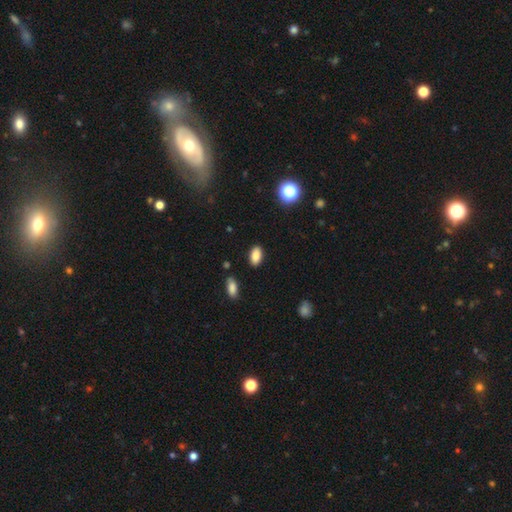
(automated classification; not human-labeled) Overall: smooth (85%). How rounded: in between (91%). Merging: none (88%).